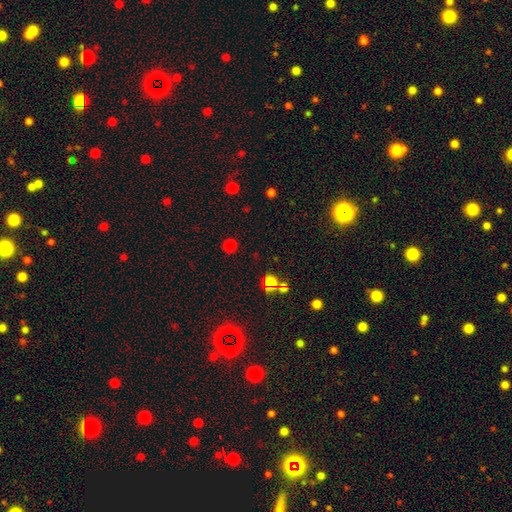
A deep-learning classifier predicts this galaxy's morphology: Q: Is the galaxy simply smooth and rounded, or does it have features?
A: smooth — 49%.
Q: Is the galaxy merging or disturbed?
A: none — 86%.